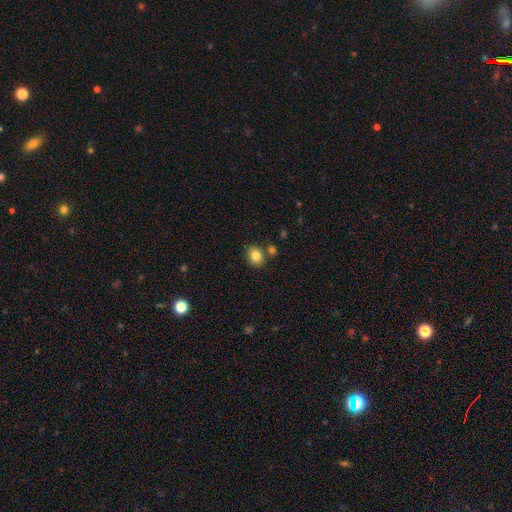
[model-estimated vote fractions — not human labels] Smooth or featured: smooth — 83% (star or artifact — 10%)
How rounded: round — 53% (in between — 46%)
Merging: none — 77% (minor disturbance — 11%)